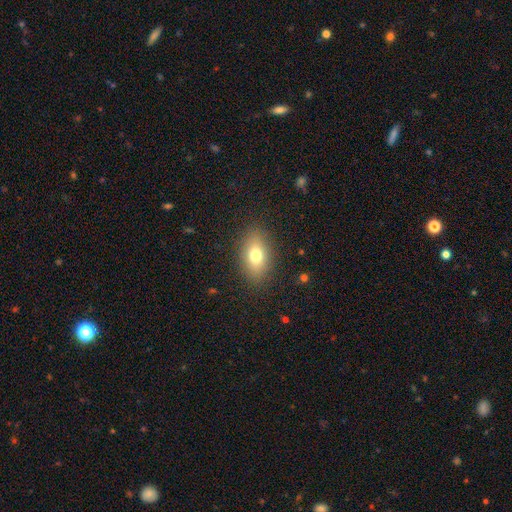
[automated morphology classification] Smooth or featured?
  - smooth: 75% *
  - featured or disk: 15%
  - star or artifact: 10%
How rounded?
  - in between: 86% *
  - round: 11%
  - cigar-shaped: 3%
Merging?
  - none: 86% *
  - minor disturbance: 9%
  - major disturbance: 3%
  - merger: 1%